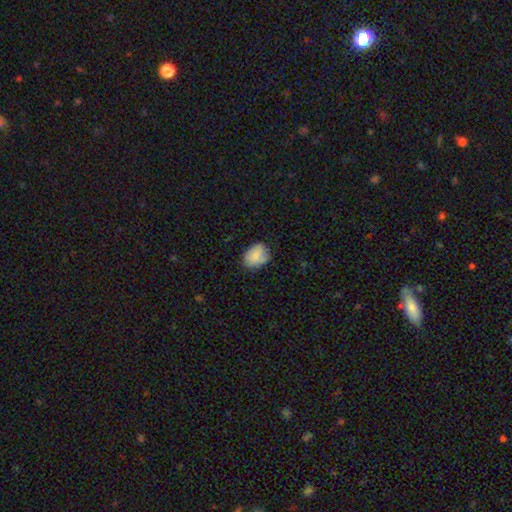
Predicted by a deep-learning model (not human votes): Smooth or featured?
  - smooth: 84% *
  - featured or disk: 8%
  - star or artifact: 8%
How rounded?
  - in between: 66% *
  - round: 33%
  - cigar-shaped: 1%
Merging?
  - none: 69% *
  - minor disturbance: 24%
  - major disturbance: 5%
  - merger: 1%